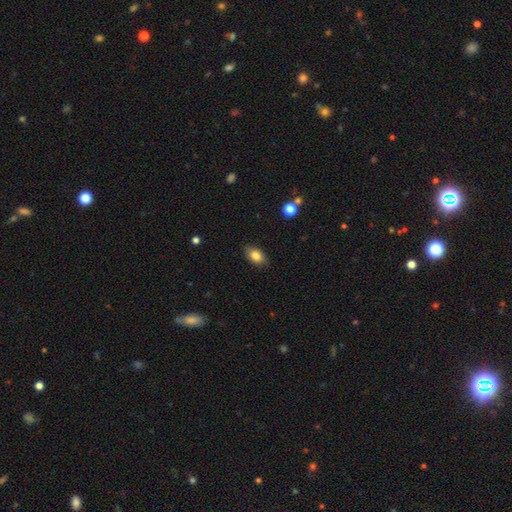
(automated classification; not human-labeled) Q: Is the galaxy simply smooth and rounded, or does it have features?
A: smooth — 82%.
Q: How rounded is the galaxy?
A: in between — 86%.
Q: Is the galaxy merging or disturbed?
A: none — 86%.